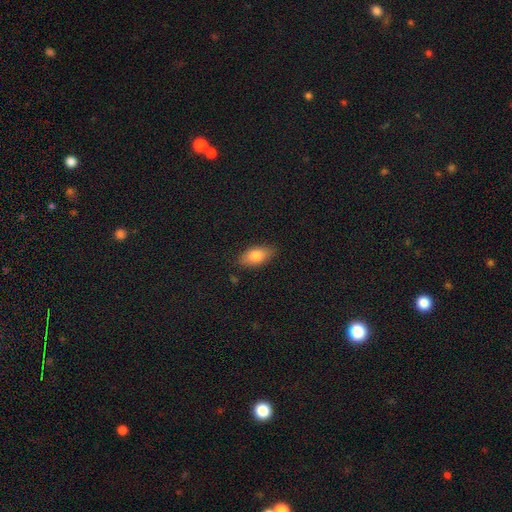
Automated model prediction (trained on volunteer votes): smooth_or_featured: smooth (p=0.80) [alt: featured or disk p=0.13]
how_rounded: in between (p=0.89) [alt: cigar-shaped p=0.06]
merging: none (p=0.83) [alt: minor disturbance p=0.13]